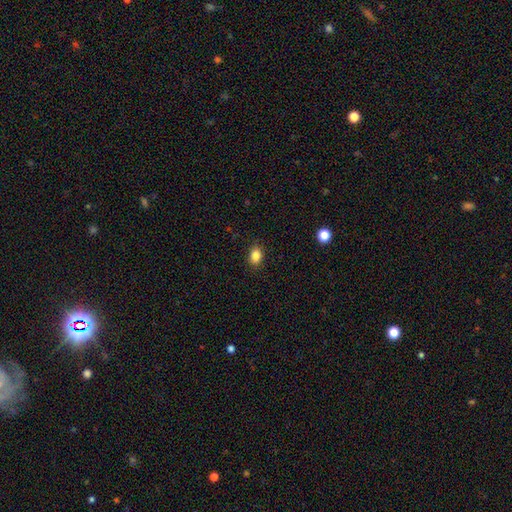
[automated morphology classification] Smooth or featured: smooth — 85% (star or artifact — 10%)
How rounded: in between — 68% (round — 31%)
Merging: none — 89% (minor disturbance — 8%)